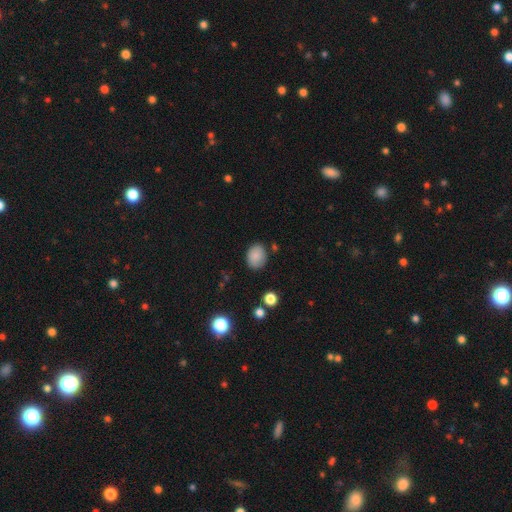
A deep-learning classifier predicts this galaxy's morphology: Overall: smooth (86%). How rounded: in between (57%; round 42%). Merging: none (78%).